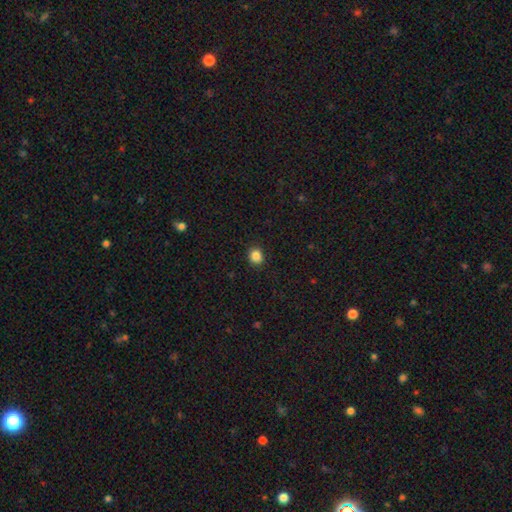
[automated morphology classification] smooth 86%, star or artifact 11%, featured or disk 3%. Down the decision tree: how rounded — round (70%); merging — none (90%).